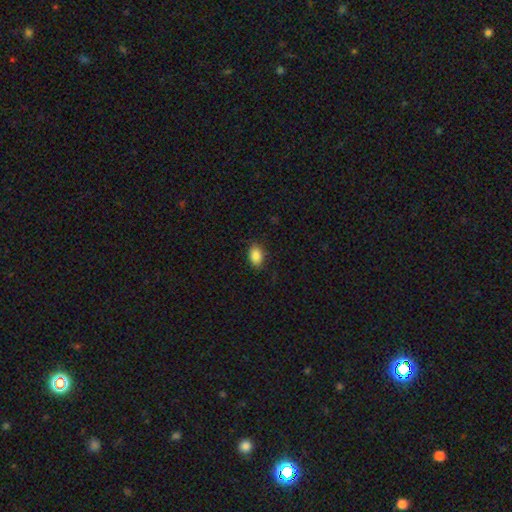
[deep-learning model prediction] A smooth galaxy with no disk features (88%) that is in between round and cigar-shaped (87%). Merging: none (84%).